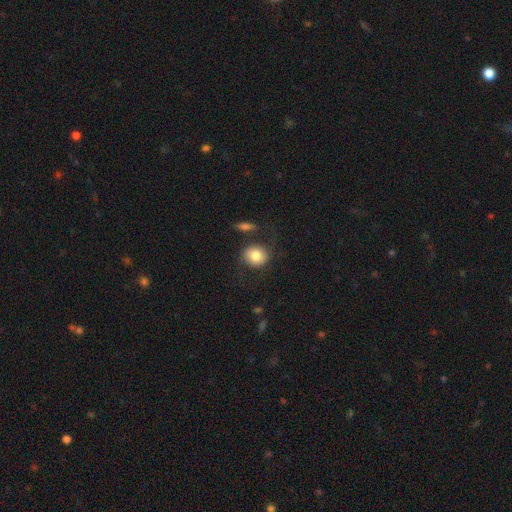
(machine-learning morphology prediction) smooth-or-featured: smooth: 80% | featured or disk: 12% | star or artifact: 8%
  how-rounded: round: 75% | in between: 24% | cigar-shaped: 1%
  merging: none: 71% | minor disturbance: 16% | major disturbance: 8% | merger: 5%